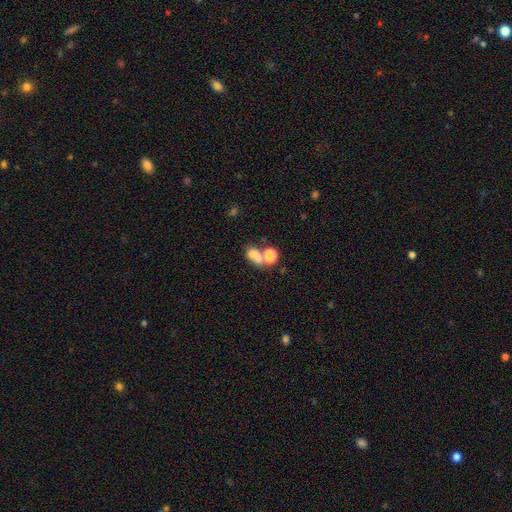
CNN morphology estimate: Smooth or featured?
  - smooth: 74% *
  - star or artifact: 15%
  - featured or disk: 12%
How rounded?
  - in between: 72% *
  - round: 26%
  - cigar-shaped: 2%
Merging?
  - merger: 48% *
  - none: 33%
  - minor disturbance: 11%
  - major disturbance: 9%